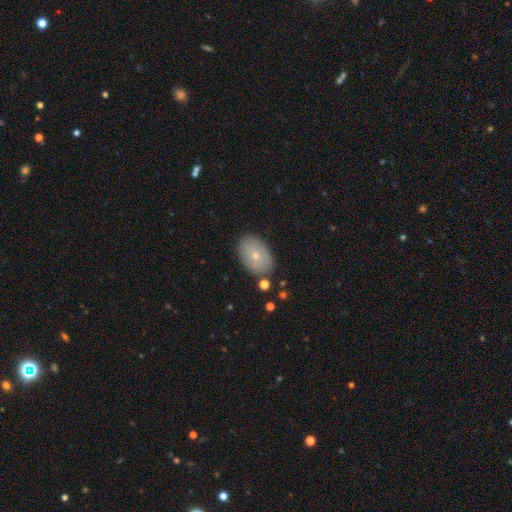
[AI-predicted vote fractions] Smooth or featured? smooth (61%)
How rounded? in between (86%)
Merging? none (83%)